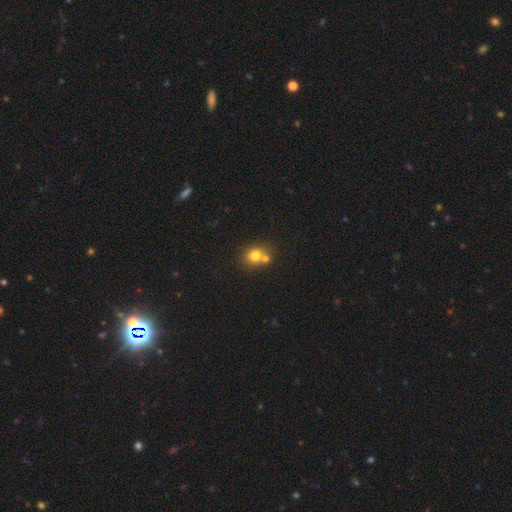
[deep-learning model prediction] Overall: smooth (76%). How rounded: round (77%). Merging: none (46%; merger 44%).